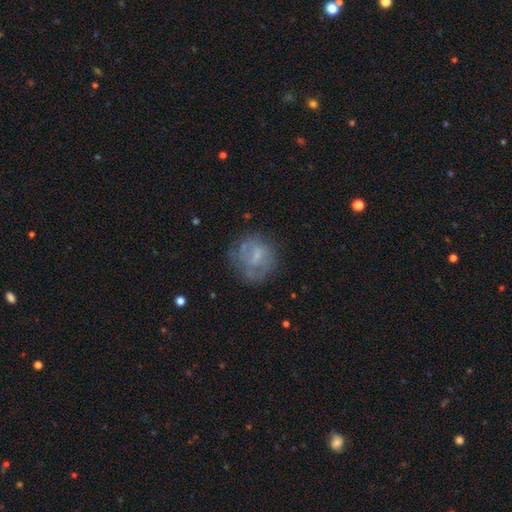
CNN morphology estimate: The model was most divided on "bar": weak: 48%, no: 41%, strong: 11%. Remaining: edge-on disk — no (97%); merging — none (63%); spiral arms — yes (58%); smooth or featured — featured or disk (56%); bulge size — small (47%).